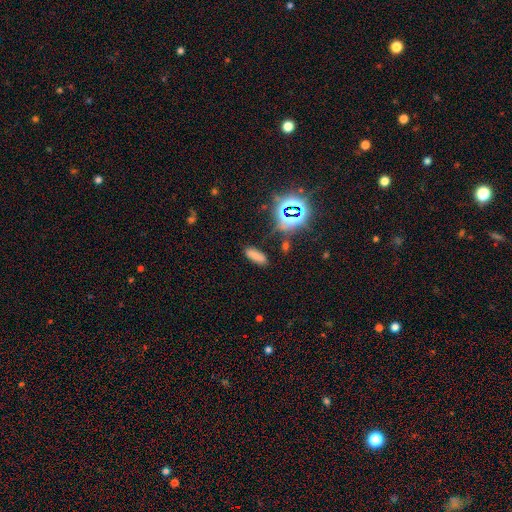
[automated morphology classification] The model was most divided on "how rounded": in between: 62%, cigar-shaped: 34%, round: 4%. More confident: merging — none (82%); smooth or featured — smooth (71%).